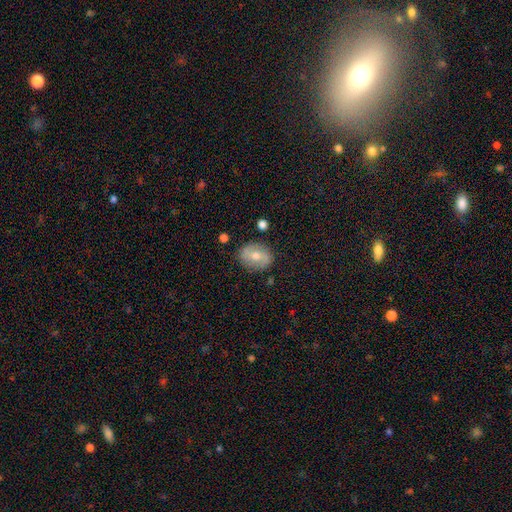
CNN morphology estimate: A smooth galaxy with no disk features (52%) that is round (54%). Merging: none (82%).